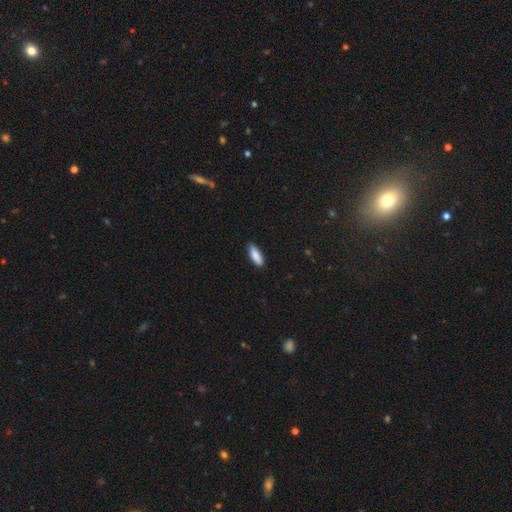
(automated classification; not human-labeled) Smooth or featured? Predicted: smooth (p=0.88). How rounded? Predicted: in between (p=0.60). Merging? Predicted: none (p=0.87).